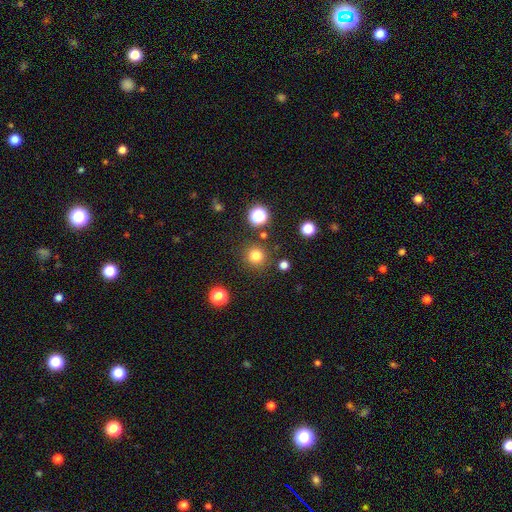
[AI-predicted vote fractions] smooth 79%, star or artifact 16%, featured or disk 5%. Down the decision tree: how rounded — round (94%); merging — none (88%).